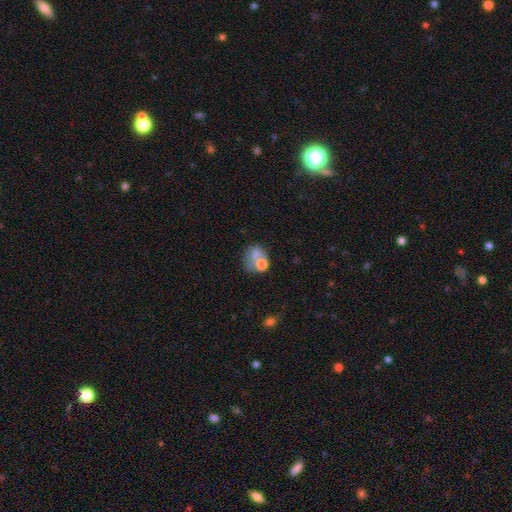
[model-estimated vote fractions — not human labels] Overall: smooth (61%; featured or disk 27%). How rounded: round (58%; in between 42%). Merging: merger (43%; none 32%).